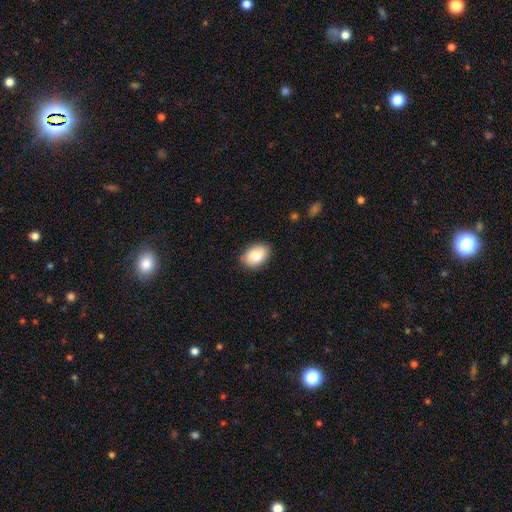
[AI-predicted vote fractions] A smooth galaxy with no disk features (82%) that is in between round and cigar-shaped (82%). Merging: none (86%).